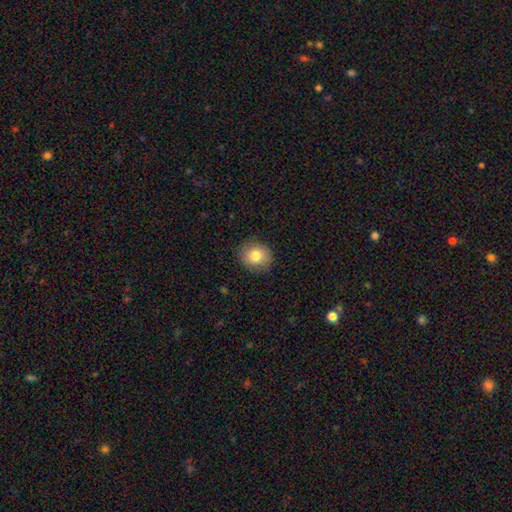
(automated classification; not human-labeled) Smooth or featured? Predicted: smooth (p=0.79). How rounded? Predicted: round (p=0.83). Merging? Predicted: none (p=0.87).